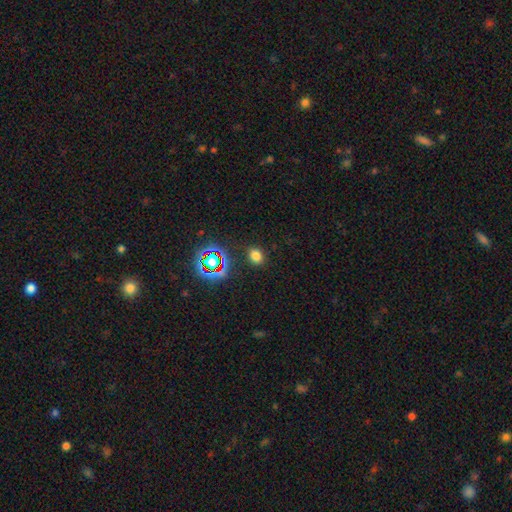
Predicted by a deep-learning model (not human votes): smooth-or-featured: smooth: 72% | star or artifact: 21% | featured or disk: 7%
  how-rounded: in between: 52% | round: 47% | cigar-shaped: 1%
  merging: none: 86% | minor disturbance: 9% | major disturbance: 3% | merger: 2%